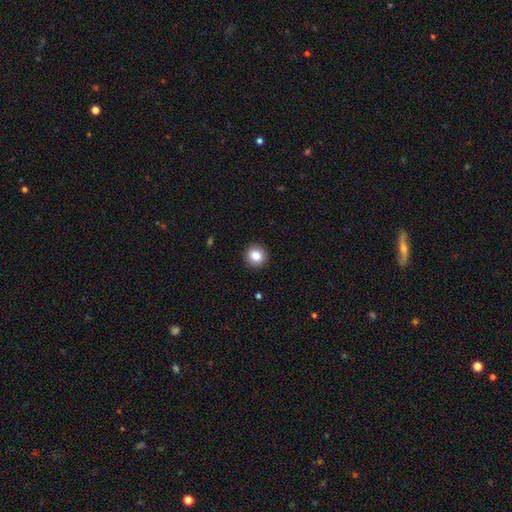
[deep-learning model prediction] smooth_or_featured: smooth (p=0.84) [alt: star or artifact p=0.10]
how_rounded: round (p=0.91) [alt: in between p=0.08]
merging: none (p=0.92) [alt: minor disturbance p=0.05]